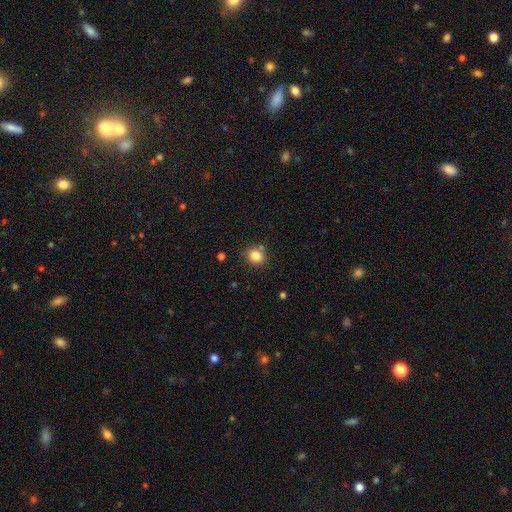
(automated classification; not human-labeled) A smooth galaxy with no disk features (84%) that is round (80%).

Vote fractions:
- Smooth or featured? smooth: 84% / star or artifact: 11% / featured or disk: 6%
- How rounded? round: 80% / in between: 19% / cigar-shaped: 1%
- Merging? none: 79% / minor disturbance: 11% / merger: 6% / major disturbance: 3%